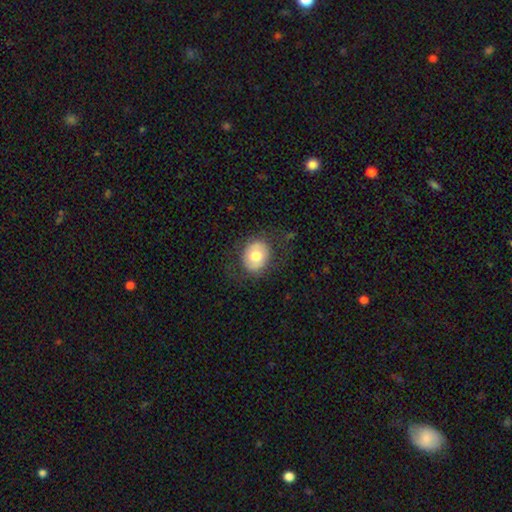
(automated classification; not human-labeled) Smooth or featured? smooth (65%)
How rounded? round (63%)
Merging? none (77%)